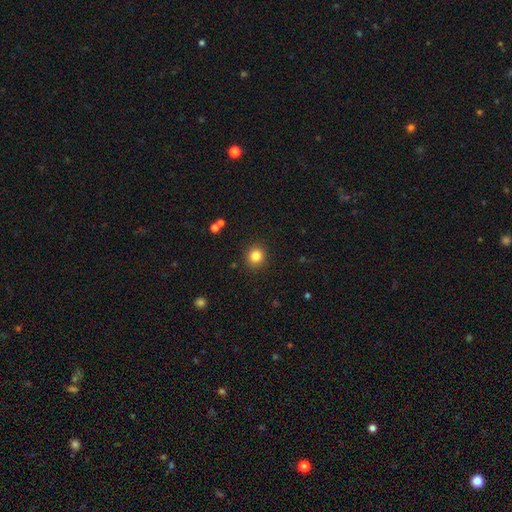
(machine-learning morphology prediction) The model was most divided on "smooth or featured": smooth: 82%, star or artifact: 12%, featured or disk: 6%. More confident: merging — none (91%); how rounded — round (90%).